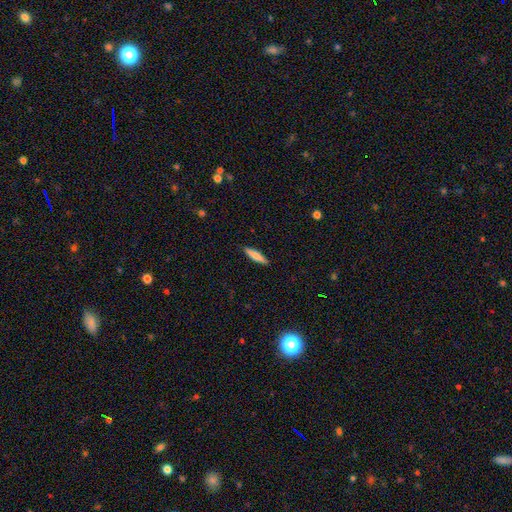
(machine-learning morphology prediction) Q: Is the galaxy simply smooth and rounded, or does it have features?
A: smooth — 69%.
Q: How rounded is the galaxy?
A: cigar-shaped — 83%.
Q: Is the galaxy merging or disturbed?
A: none — 90%.